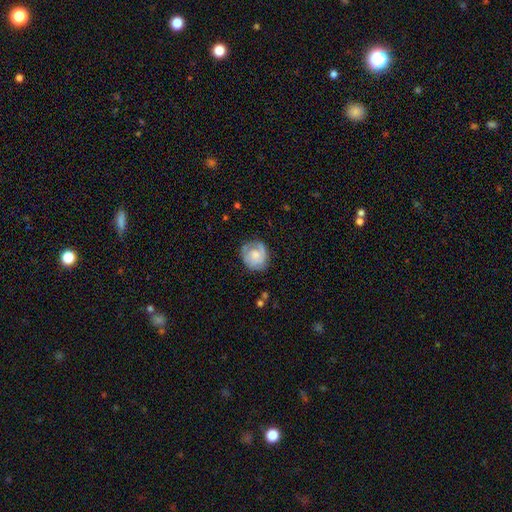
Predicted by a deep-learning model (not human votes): Smooth or featured? Predicted: featured or disk (p=0.51). Edge-on disk? Predicted: no (p=0.98). Merging? Predicted: none (p=0.66).